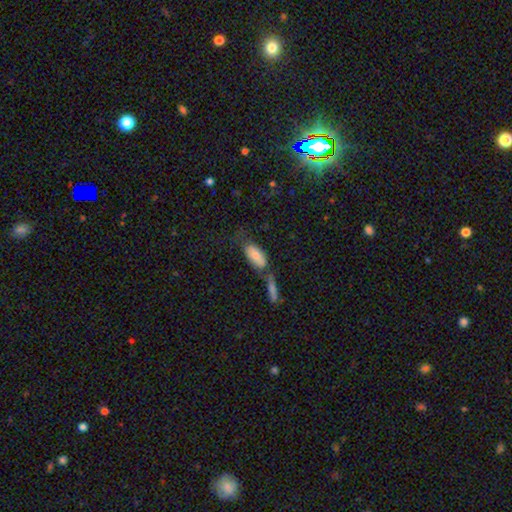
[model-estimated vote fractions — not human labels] A smooth galaxy with no disk features (78%) that is in between round and cigar-shaped (84%). Merging: merger (38%).